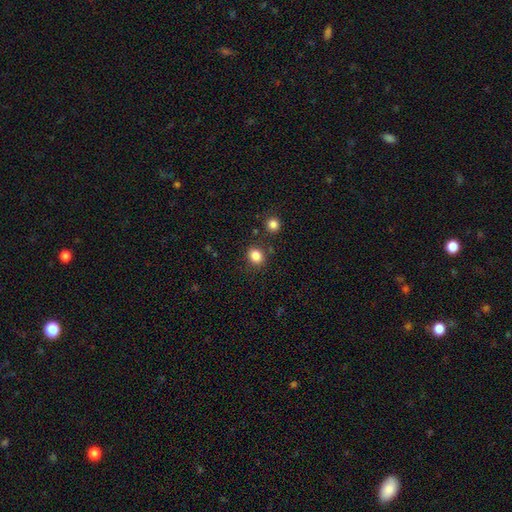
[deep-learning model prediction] Morphology: type=smooth (84%); roundness=round (73%); merging=none (83%).